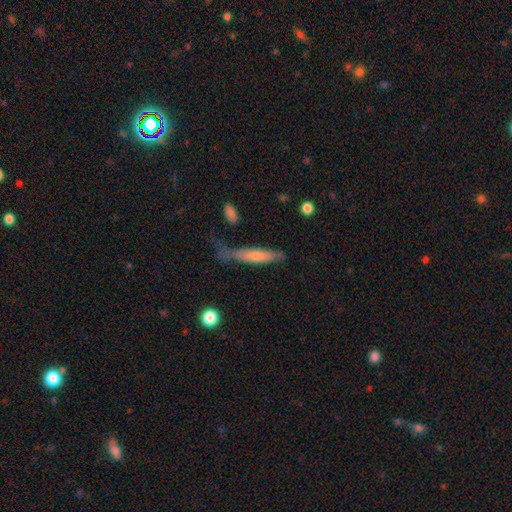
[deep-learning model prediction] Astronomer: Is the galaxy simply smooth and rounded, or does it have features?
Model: smooth — 63%.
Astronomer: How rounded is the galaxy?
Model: cigar-shaped — 86%.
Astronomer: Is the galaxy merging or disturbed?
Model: none — 48% (runner-up: minor disturbance, 31%).